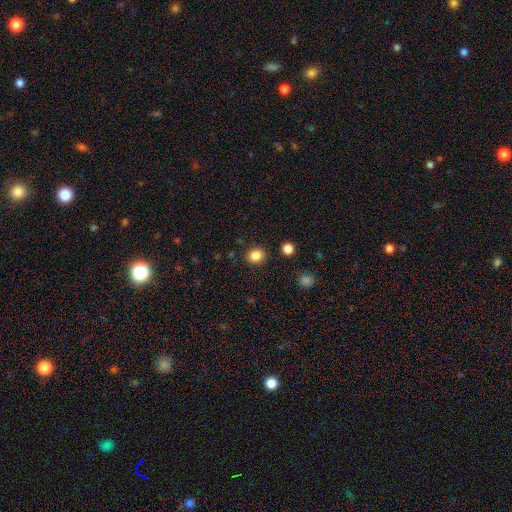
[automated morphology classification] Smooth or featured? Predicted: smooth (p=0.85). How rounded? Predicted: round (p=0.71). Merging? Predicted: none (p=0.88).